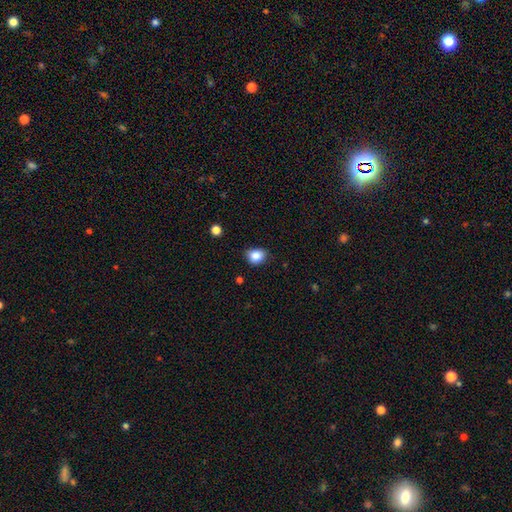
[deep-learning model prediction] Smooth or featured?
  - smooth: 85% *
  - star or artifact: 10%
  - featured or disk: 5%
How rounded?
  - round: 56% *
  - in between: 43%
  - cigar-shaped: 1%
Merging?
  - none: 75% *
  - minor disturbance: 20%
  - major disturbance: 3%
  - merger: 2%